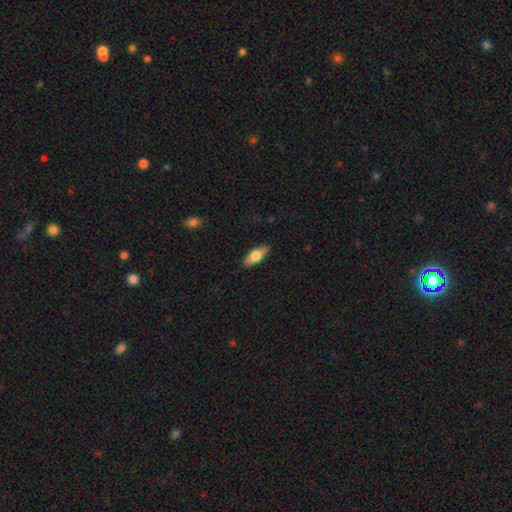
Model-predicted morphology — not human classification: Smooth or featured?
  - smooth: 68% *
  - featured or disk: 26%
  - star or artifact: 6%
How rounded?
  - in between: 72% *
  - cigar-shaped: 25%
  - round: 3%
Merging?
  - none: 86% *
  - minor disturbance: 11%
  - major disturbance: 2%
  - merger: 1%